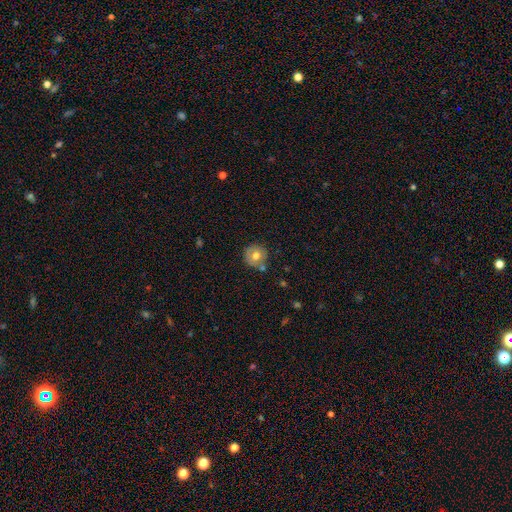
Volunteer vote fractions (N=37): Smooth or featured? smooth (62%)
How rounded? round (96%)
Merging? none (89%)